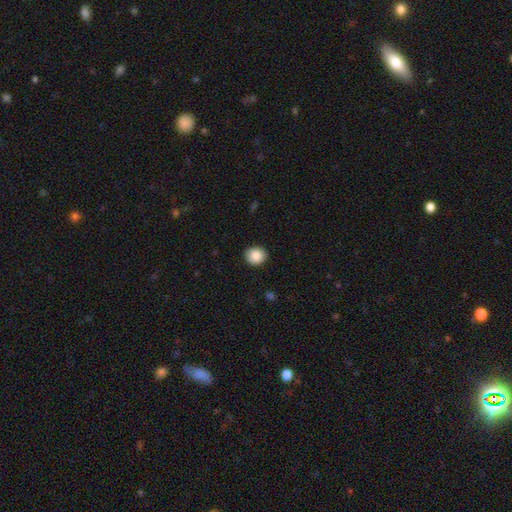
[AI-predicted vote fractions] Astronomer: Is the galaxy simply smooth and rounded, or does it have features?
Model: smooth — 89%.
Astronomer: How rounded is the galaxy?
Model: round — 81%.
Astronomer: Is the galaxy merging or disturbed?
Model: none — 90%.